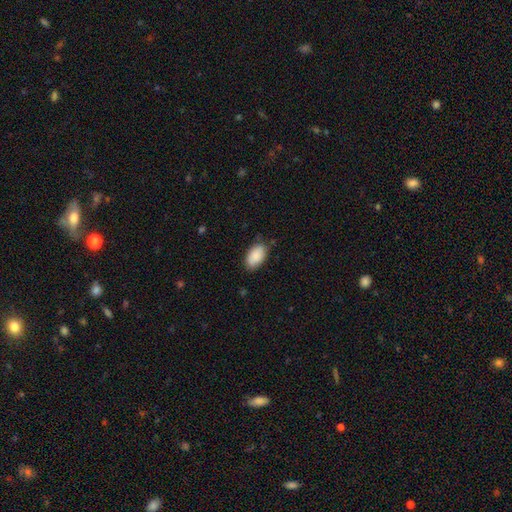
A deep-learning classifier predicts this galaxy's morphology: type=smooth (88%); roundness=in between (94%); merging=none (79%).